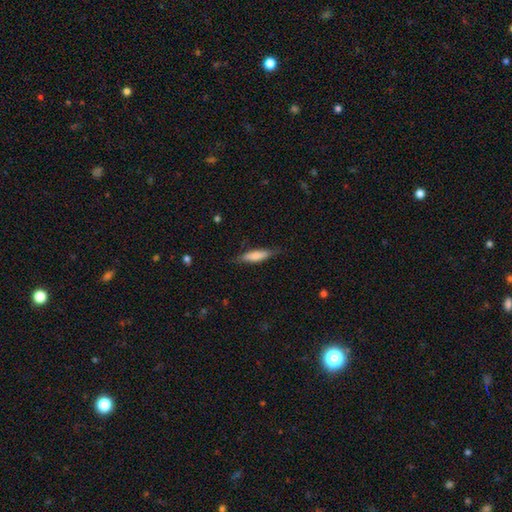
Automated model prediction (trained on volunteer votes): A smooth galaxy with no disk features (71%) that is cigar-shaped (68%).

Vote fractions:
- Smooth or featured? smooth: 71% / featured or disk: 23% / star or artifact: 6%
- How rounded? cigar-shaped: 68% / in between: 30% / round: 2%
- Merging? none: 77% / minor disturbance: 17% / major disturbance: 4% / merger: 1%